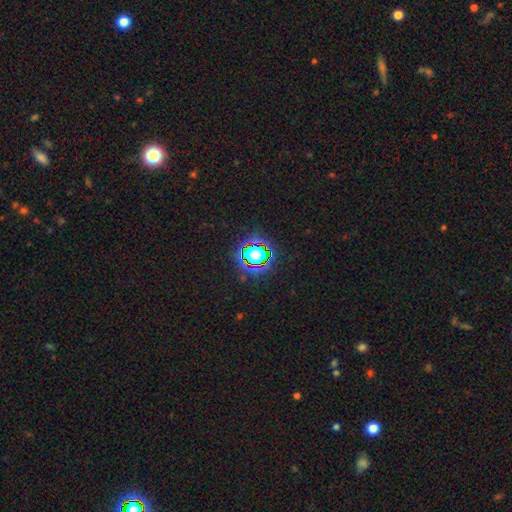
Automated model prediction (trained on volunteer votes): Smooth or featured? star or artifact (67%)